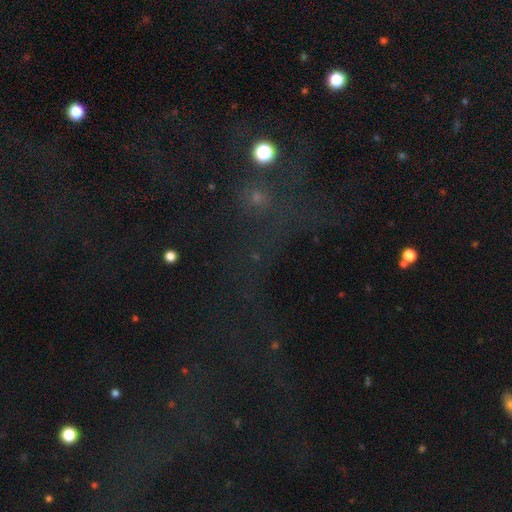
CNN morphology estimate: A star or artifact, not a galaxy (61%).

Vote fractions:
- Smooth or featured? star or artifact: 61% / smooth: 24% / featured or disk: 16%